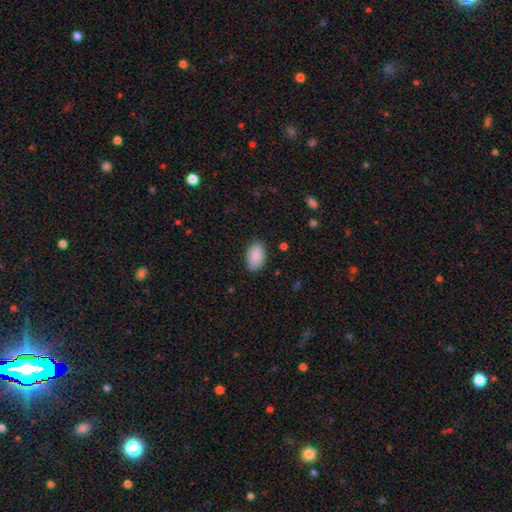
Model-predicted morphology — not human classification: type=smooth (88%); roundness=in between (92%); merging=none (86%).